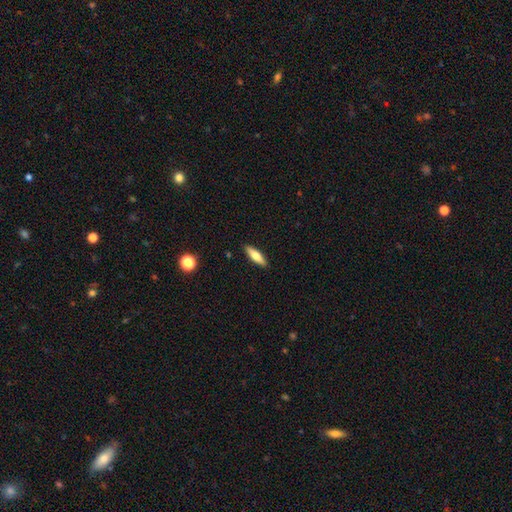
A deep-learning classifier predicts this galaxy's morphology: This is likely a smooth galaxy (61%). How rounded: likely cigar-shaped (60%). Merging: clearly none (90%).